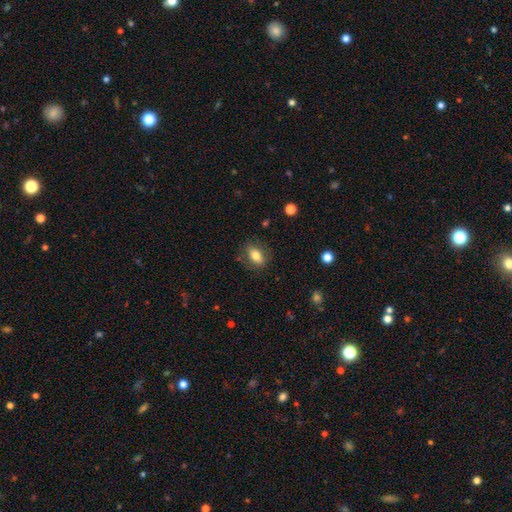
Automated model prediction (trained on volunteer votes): This appears to be a smooth galaxy with no disk features (77%) that is in between round and cigar-shaped (83%). Merging: none (81%).